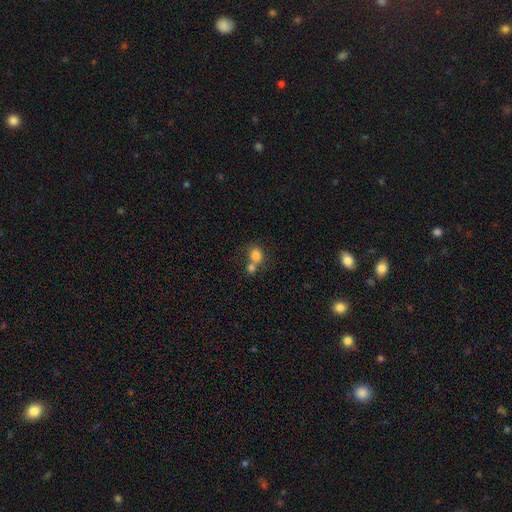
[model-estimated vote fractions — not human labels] Morphology: type=smooth (79%); roundness=round (75%); merging=merger (50%).